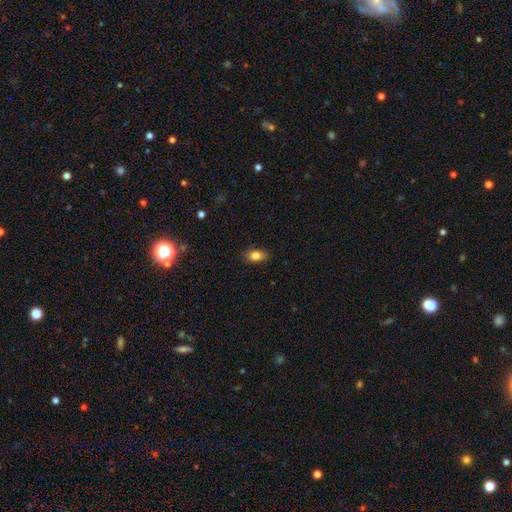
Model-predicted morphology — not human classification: This is clearly a smooth galaxy (84%). How rounded: clearly in between (85%). Merging: clearly none (86%).